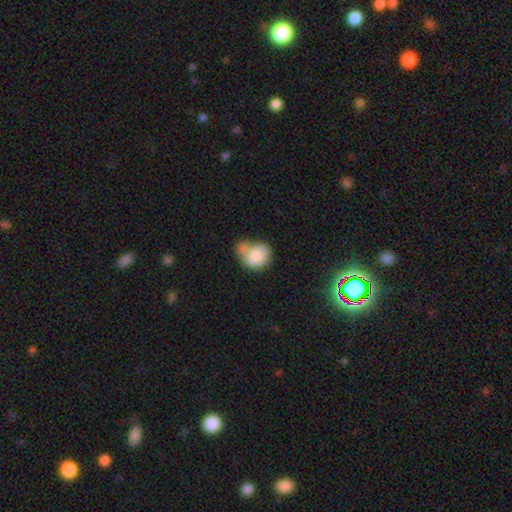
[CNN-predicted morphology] smooth 82%, featured or disk 10%, star or artifact 7%. Down the decision tree: how rounded — round (60%); merging — merger (47%).